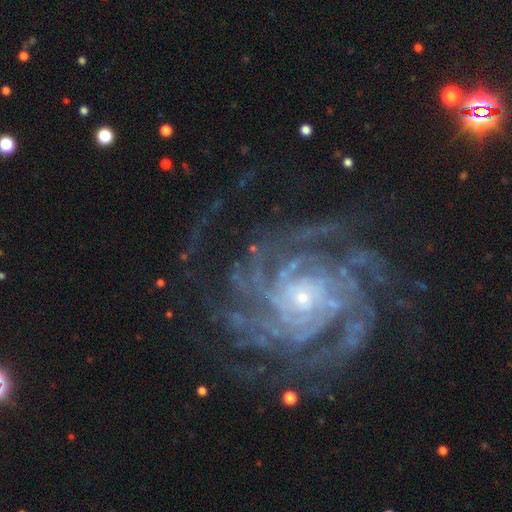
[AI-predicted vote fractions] This is clearly a featured or disk galaxy (91%). It is clearly not viewed edge-on (97%). Bar: likely no (71%). Spiral arm pattern: clearly yes (98%). Spiral arm count: marginally more than 4 (33%). Spiral winding: likely tight (74%). Central bulge: likely small (76%). Merging: likely none (76%).